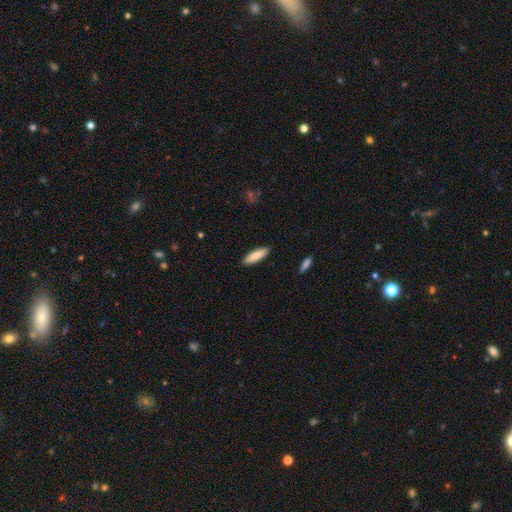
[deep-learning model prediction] smooth-or-featured: smooth: 86% | featured or disk: 8% | star or artifact: 6%
  how-rounded: cigar-shaped: 59% | in between: 40% | round: 1%
  merging: none: 90% | minor disturbance: 7% | major disturbance: 2% | merger: 1%